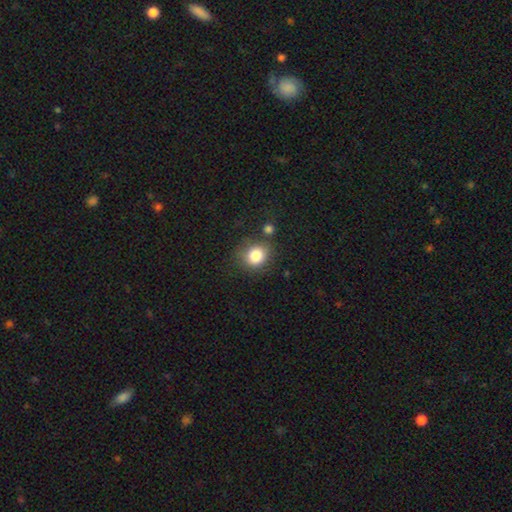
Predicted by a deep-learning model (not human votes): Morphology: type=smooth (83%); roundness=round (77%); merging=none (74%).